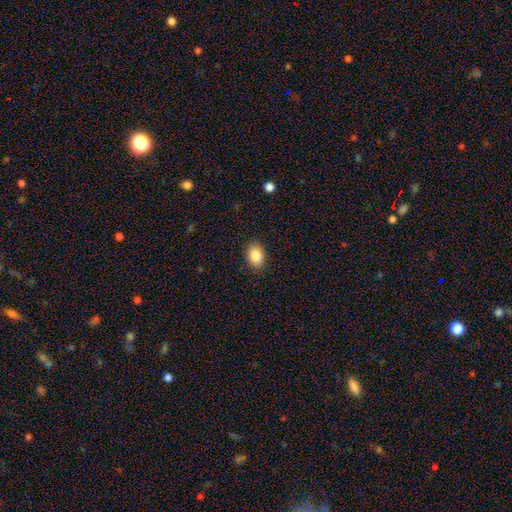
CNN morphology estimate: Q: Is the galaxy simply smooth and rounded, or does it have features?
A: smooth — 87%.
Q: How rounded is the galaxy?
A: in between — 77%.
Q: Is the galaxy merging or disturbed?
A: none — 88%.